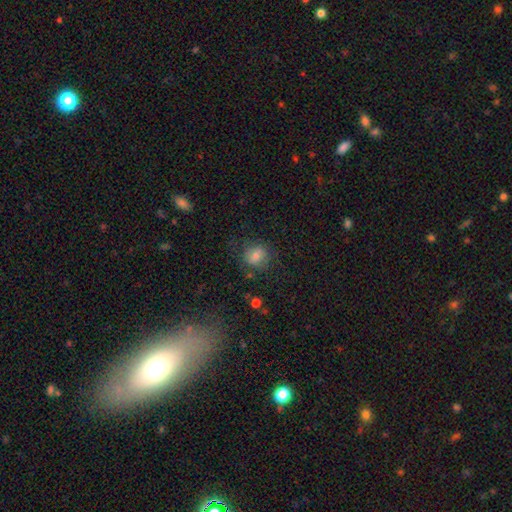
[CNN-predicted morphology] This appears to be a smooth galaxy with no disk features (71%) that is round (70%). Merging: none (75%).